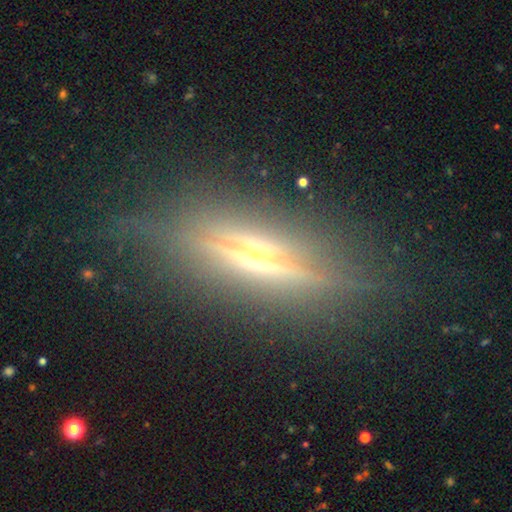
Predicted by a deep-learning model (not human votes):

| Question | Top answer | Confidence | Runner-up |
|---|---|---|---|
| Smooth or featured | featured or disk | 78% | smooth (15%) |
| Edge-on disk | yes | 91% | no (9%) |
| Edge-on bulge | rounded | 91% | none (5%) |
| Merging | none | 76% | minor disturbance (16%) |